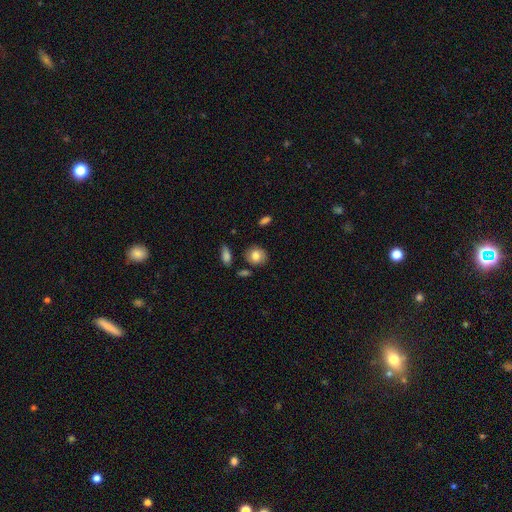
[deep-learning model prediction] smooth-or-featured: smooth: 80% | featured or disk: 12% | star or artifact: 8%
  how-rounded: round: 70% | in between: 29% | cigar-shaped: 1%
  merging: none: 80% | minor disturbance: 12% | merger: 5% | major disturbance: 3%